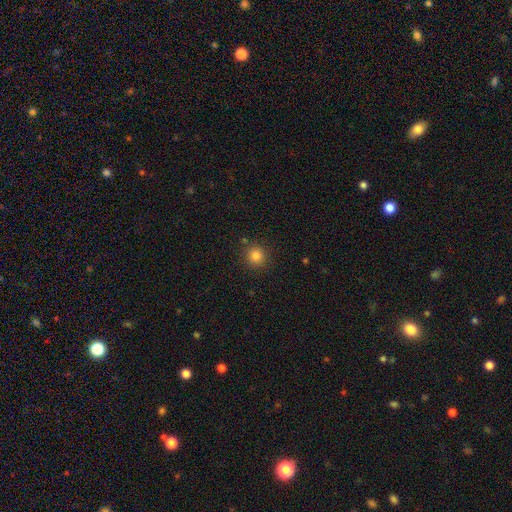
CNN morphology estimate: Overall: smooth (83%). How rounded: round (92%). Merging: none (87%).